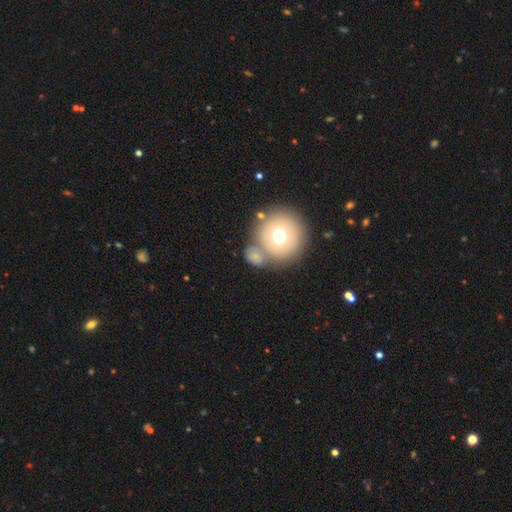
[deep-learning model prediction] Smooth or featured?
  - smooth: 66% *
  - featured or disk: 22%
  - star or artifact: 12%
How rounded?
  - round: 81% *
  - in between: 18%
  - cigar-shaped: 1%
Merging?
  - none: 51% *
  - merger: 29%
  - minor disturbance: 13%
  - major disturbance: 7%